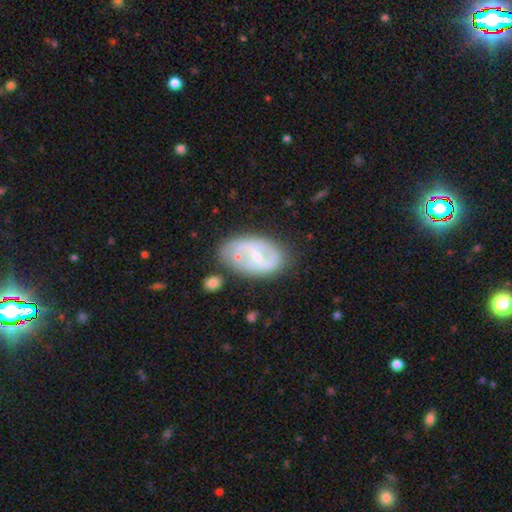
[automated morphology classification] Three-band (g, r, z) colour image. It shows a featured or disk galaxy (70%) with a weak bar (47%), spiral arms (67%) and a small central bulge (61%). Merging: none (62%).